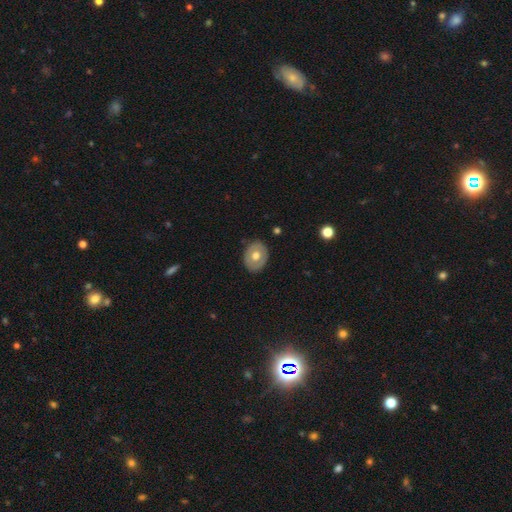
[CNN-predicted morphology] The model was most divided on "how rounded": in between: 58%, round: 41%, cigar-shaped: 1%. More confident: merging — none (86%); smooth or featured — smooth (57%).